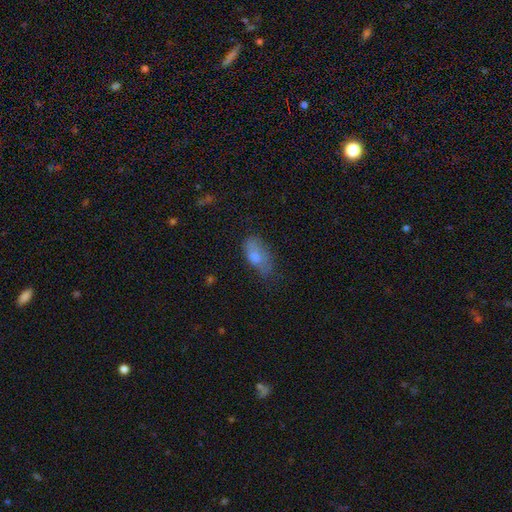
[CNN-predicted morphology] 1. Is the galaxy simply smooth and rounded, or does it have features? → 76% smooth, 15% featured or disk, 8% star or artifact.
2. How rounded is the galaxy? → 90% in between, 5% cigar-shaped, 5% round.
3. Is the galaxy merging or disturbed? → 47% none, 33% minor disturbance, 17% major disturbance, 3% merger.